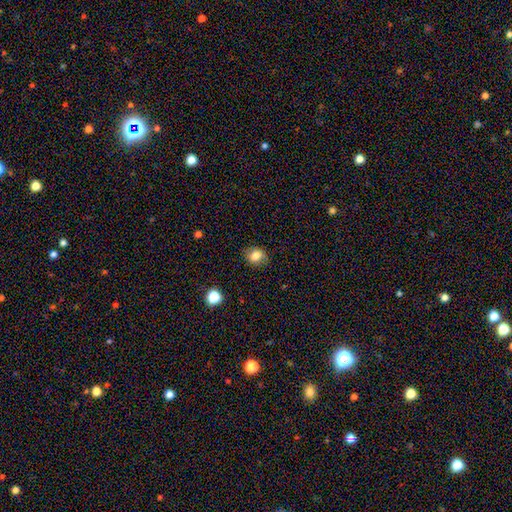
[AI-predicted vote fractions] smooth-or-featured: smooth: 80% | star or artifact: 11% | featured or disk: 9%
  how-rounded: round: 58% | in between: 41% | cigar-shaped: 1%
  merging: none: 81% | minor disturbance: 15% | major disturbance: 4% | merger: 1%